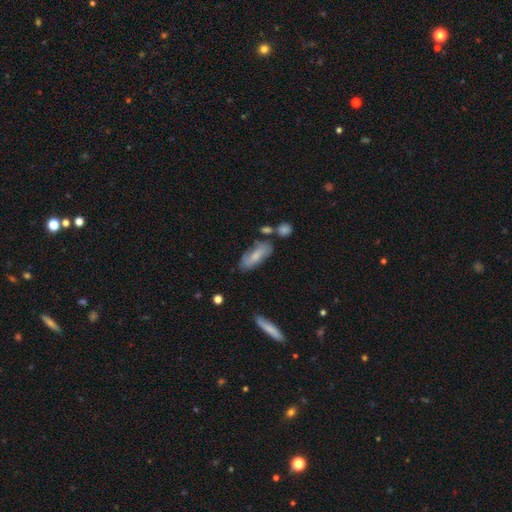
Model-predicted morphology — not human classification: Smooth or featured: smooth — 57% (featured or disk — 35%)
How rounded: in between — 74% (cigar-shaped — 23%)
Merging: none — 63% (minor disturbance — 22%)